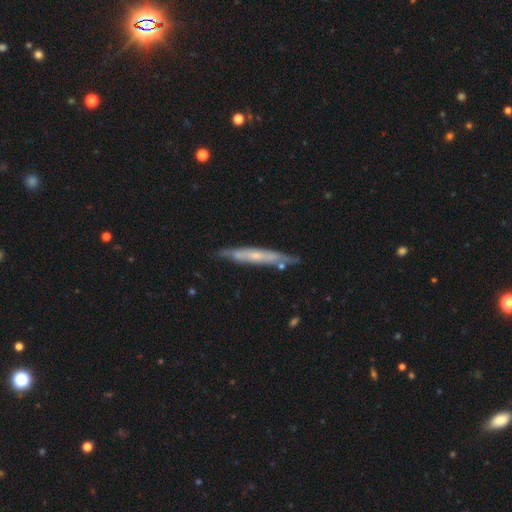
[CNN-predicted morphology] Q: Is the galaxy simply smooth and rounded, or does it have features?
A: featured or disk — 62%.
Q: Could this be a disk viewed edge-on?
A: yes — 79%.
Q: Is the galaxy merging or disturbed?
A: none — 76%.